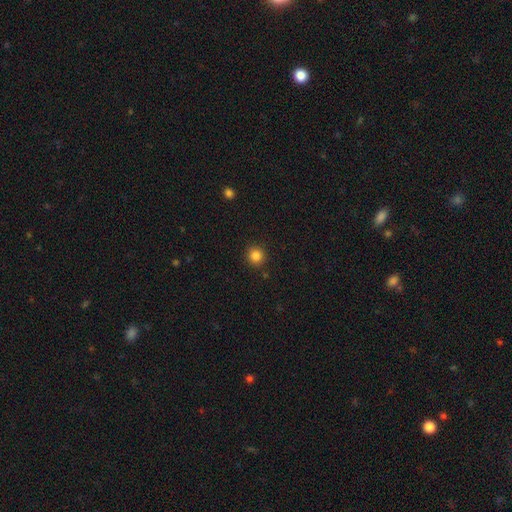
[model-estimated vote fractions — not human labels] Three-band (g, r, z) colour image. It shows a smooth galaxy with no disk features (84%) that is round (92%). Merging: none (91%).